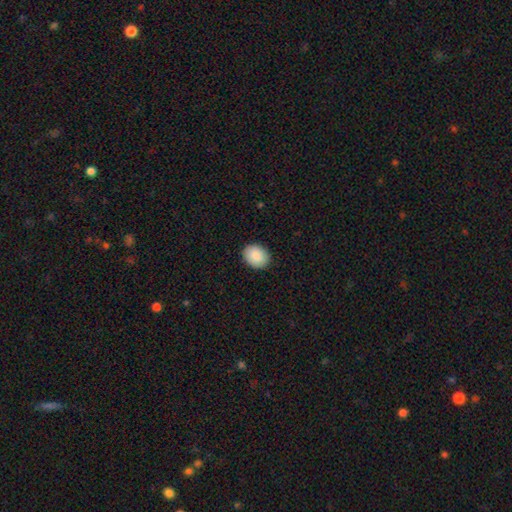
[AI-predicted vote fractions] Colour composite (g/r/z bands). It shows a smooth galaxy with no disk features (88%) that is in between round and cigar-shaped (52%). Merging: none (90%).